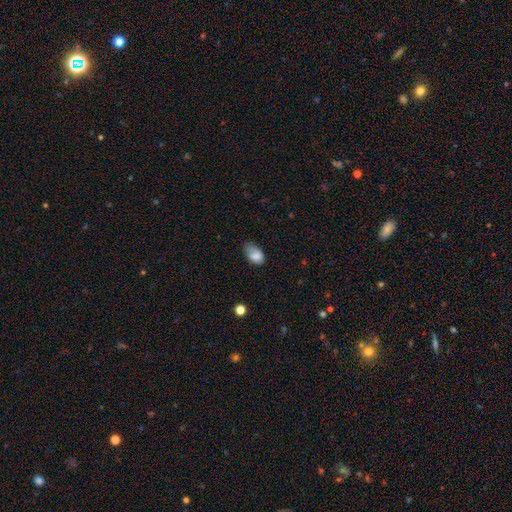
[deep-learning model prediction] Smooth or featured?
  - smooth: 80% *
  - featured or disk: 11%
  - star or artifact: 9%
How rounded?
  - in between: 90% *
  - round: 8%
  - cigar-shaped: 2%
Merging?
  - none: 43% *
  - minor disturbance: 41%
  - major disturbance: 14%
  - merger: 2%